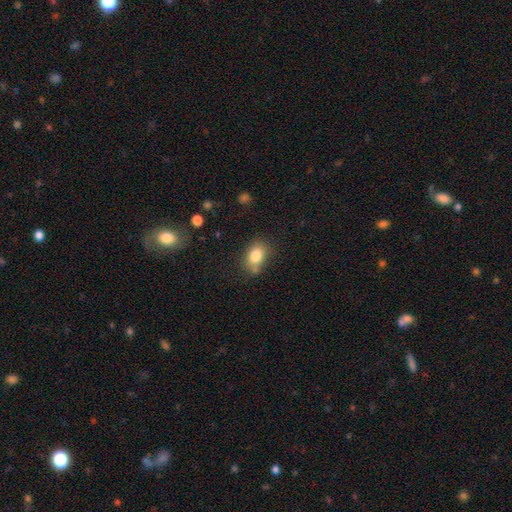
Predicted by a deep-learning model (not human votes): Smooth or featured? smooth (82%)
How rounded? in between (74%)
Merging? none (68%)